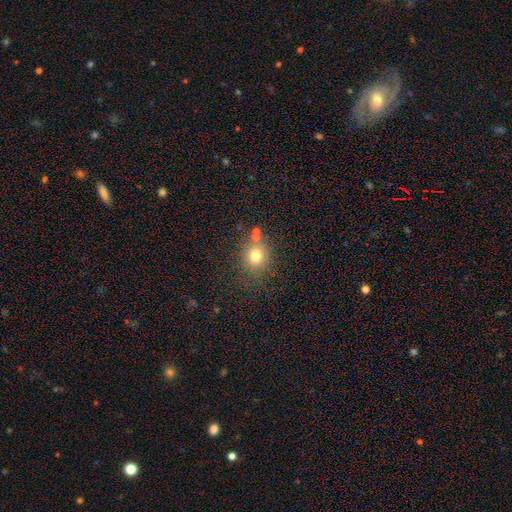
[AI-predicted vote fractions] smooth-or-featured: smooth: 74% | star or artifact: 15% | featured or disk: 10%
  how-rounded: round: 80% | in between: 19% | cigar-shaped: 1%
  merging: none: 72% | minor disturbance: 12% | merger: 11% | major disturbance: 5%